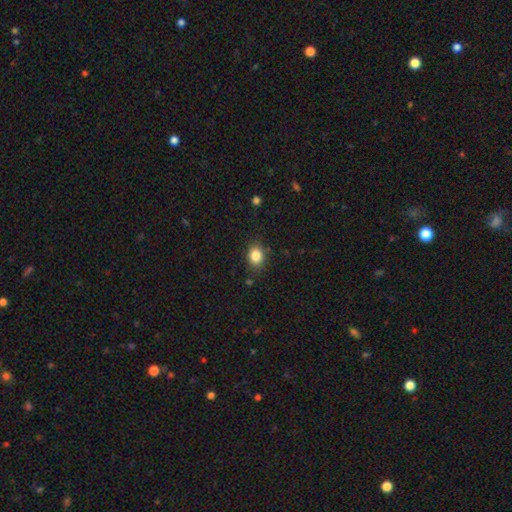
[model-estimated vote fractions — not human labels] Smooth or featured: smooth — 86% (star or artifact — 10%)
How rounded: in between — 57% (round — 42%)
Merging: none — 84% (minor disturbance — 11%)